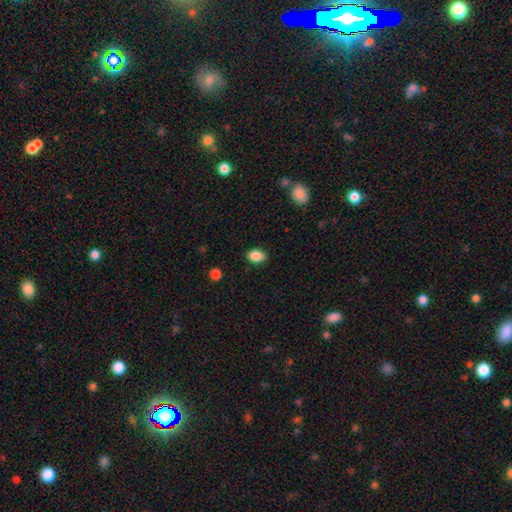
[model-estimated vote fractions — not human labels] Overall: smooth (87%). How rounded: in between (78%). Merging: none (84%).